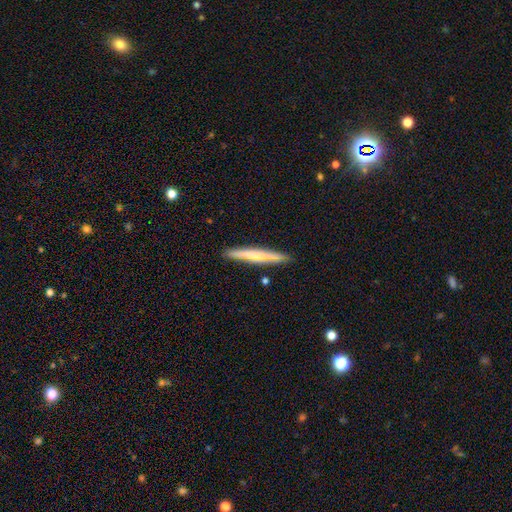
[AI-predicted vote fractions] Smooth or featured? Predicted: smooth (p=0.48). Merging? Predicted: none (p=0.88).